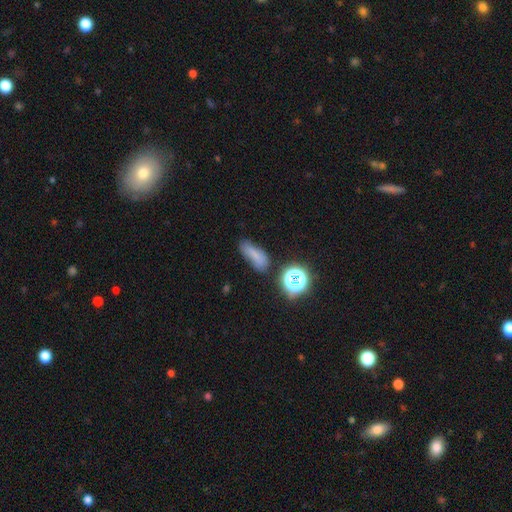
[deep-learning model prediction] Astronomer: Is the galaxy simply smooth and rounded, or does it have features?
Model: smooth — 68%.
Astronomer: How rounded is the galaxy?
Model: in between — 63%.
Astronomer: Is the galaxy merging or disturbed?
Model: none — 62%.